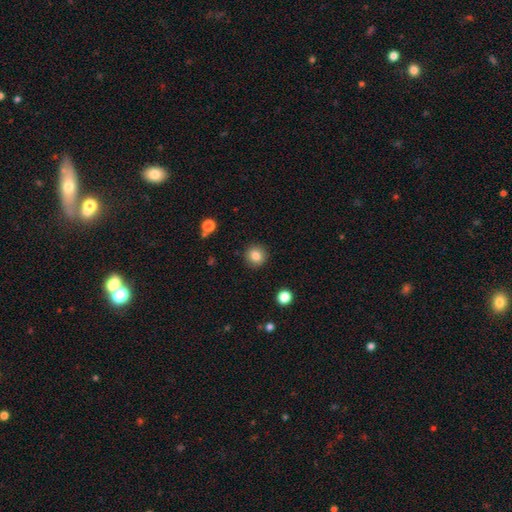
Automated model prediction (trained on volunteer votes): smooth_or_featured: smooth (p=0.84) [alt: star or artifact p=0.10]
how_rounded: round (p=0.93) [alt: in between p=0.06]
merging: none (p=0.91) [alt: minor disturbance p=0.06]